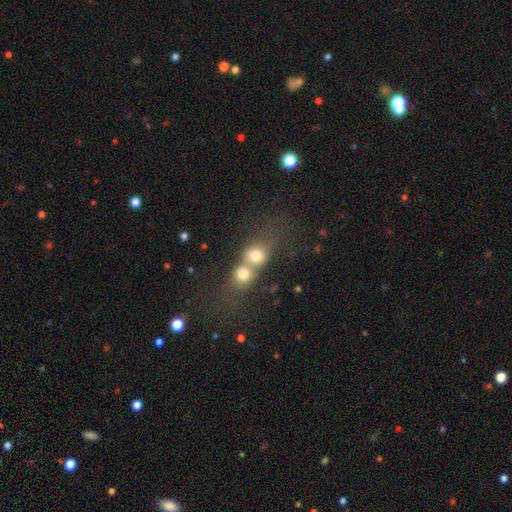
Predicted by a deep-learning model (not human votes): Smooth or featured?
  - smooth: 73% *
  - featured or disk: 16%
  - star or artifact: 12%
How rounded?
  - round: 72% *
  - in between: 26%
  - cigar-shaped: 2%
Merging?
  - merger: 74% *
  - none: 18%
  - minor disturbance: 4%
  - major disturbance: 4%